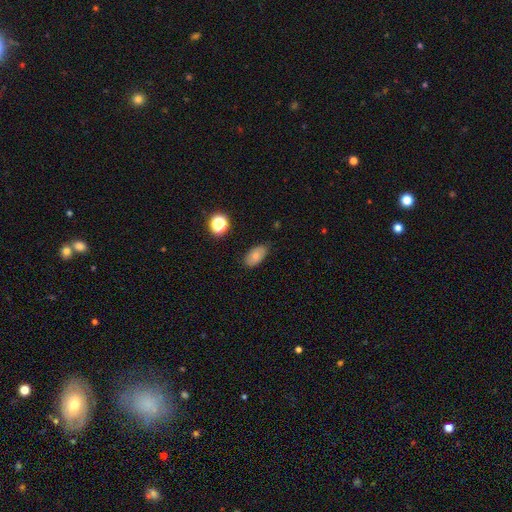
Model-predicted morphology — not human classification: Smooth or featured: smooth — 74% (featured or disk — 16%)
How rounded: in between — 91% (round — 6%)
Merging: none — 78% (minor disturbance — 18%)